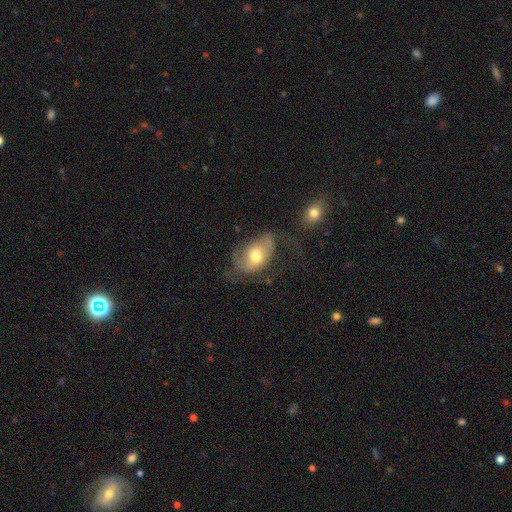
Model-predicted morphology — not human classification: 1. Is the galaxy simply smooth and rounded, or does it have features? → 53% smooth, 39% featured or disk, 8% star or artifact.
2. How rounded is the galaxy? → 83% in between, 16% round, 2% cigar-shaped.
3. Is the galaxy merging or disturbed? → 38% major disturbance, 30% none, 26% minor disturbance, 5% merger.